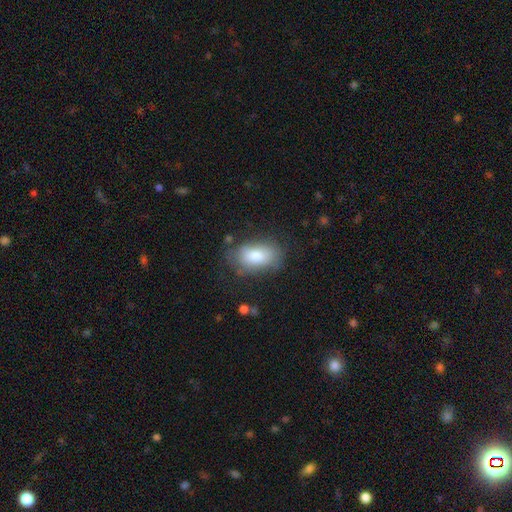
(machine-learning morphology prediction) Smooth or featured?
  - smooth: 74% *
  - featured or disk: 18%
  - star or artifact: 8%
How rounded?
  - in between: 86% *
  - round: 12%
  - cigar-shaped: 2%
Merging?
  - none: 68% *
  - minor disturbance: 21%
  - major disturbance: 8%
  - merger: 2%